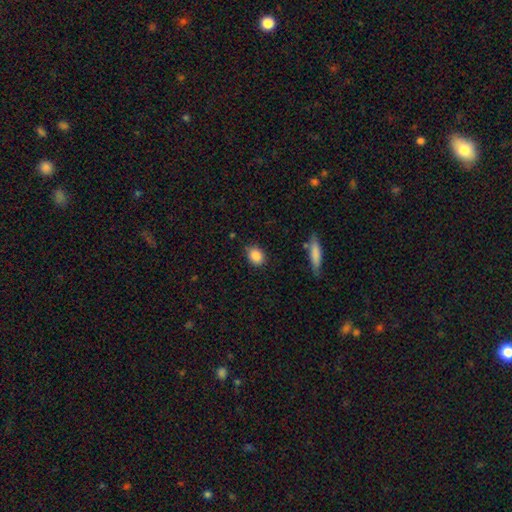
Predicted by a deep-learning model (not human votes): This is clearly a smooth galaxy (86%). How rounded: possibly round (49%, tied with in between). Merging: clearly none (84%).